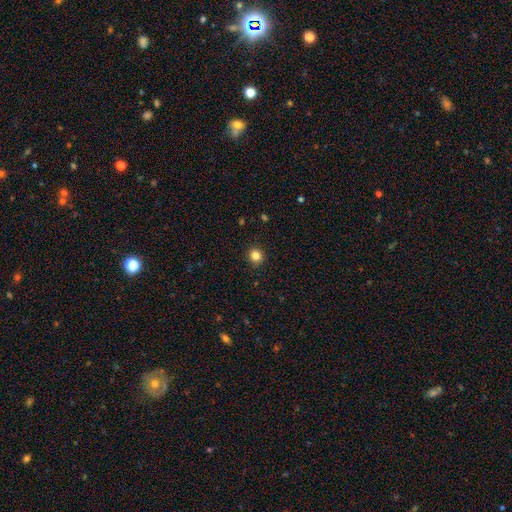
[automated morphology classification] Smooth or featured? smooth (83%)
How rounded? round (91%)
Merging? none (93%)